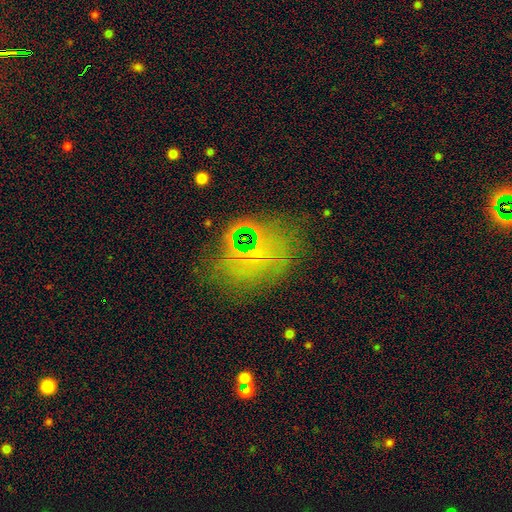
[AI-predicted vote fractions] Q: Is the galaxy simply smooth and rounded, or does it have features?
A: featured or disk — 43%.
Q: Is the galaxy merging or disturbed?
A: none — 49%.